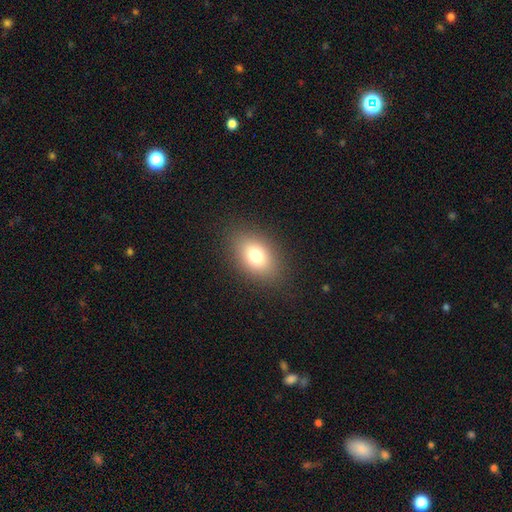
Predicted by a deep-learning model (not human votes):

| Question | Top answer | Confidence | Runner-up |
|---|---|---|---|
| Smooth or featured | smooth | 78% | featured or disk (11%) |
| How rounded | in between | 82% | round (16%) |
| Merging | none | 86% | minor disturbance (9%) |